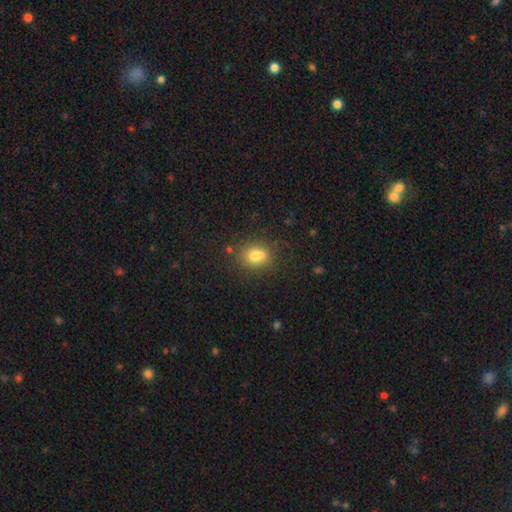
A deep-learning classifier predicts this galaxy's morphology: This appears to be a smooth galaxy with no disk features (71%) that is round (60%). Merging: none (47%).